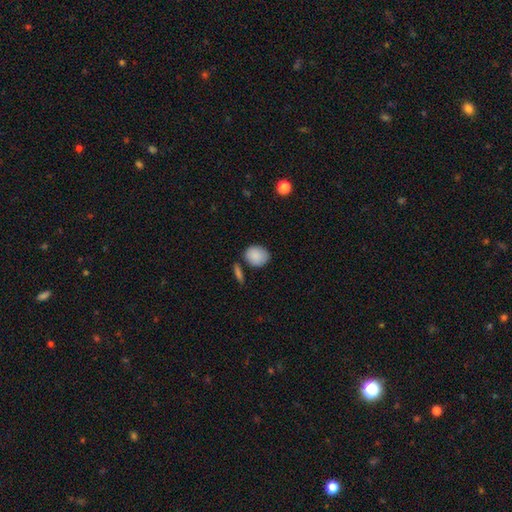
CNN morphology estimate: This appears to be a smooth galaxy with no disk features (88%) that is in between round and cigar-shaped (51%). Merging: none (71%).